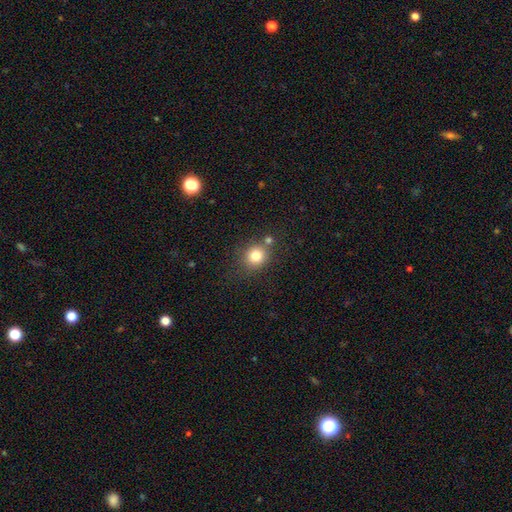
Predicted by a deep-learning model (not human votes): A smooth galaxy with no disk features (80%) that is round (80%). Merging: none (70%).